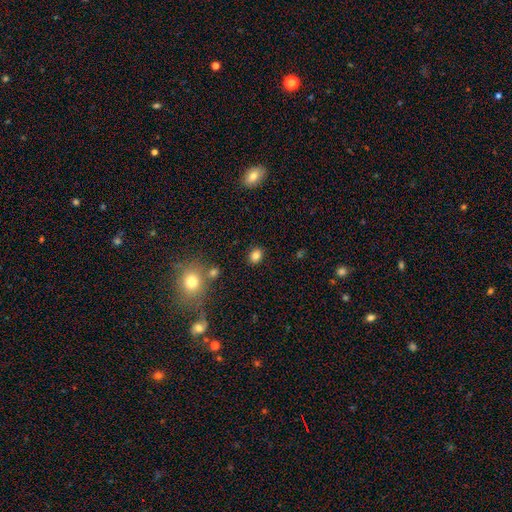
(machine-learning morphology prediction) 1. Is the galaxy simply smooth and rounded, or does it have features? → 82% smooth, 11% star or artifact, 7% featured or disk.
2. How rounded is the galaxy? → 51% in between, 48% round, 1% cigar-shaped.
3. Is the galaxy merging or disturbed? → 86% none, 9% minor disturbance, 3% merger, 3% major disturbance.